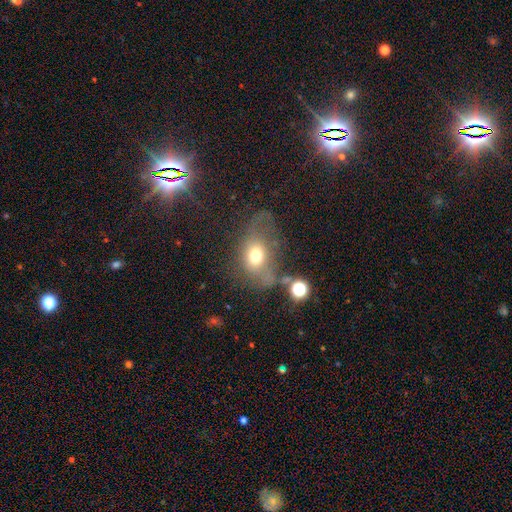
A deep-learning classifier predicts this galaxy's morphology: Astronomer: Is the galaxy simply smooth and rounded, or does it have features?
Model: smooth — 60%.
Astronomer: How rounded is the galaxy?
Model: in between — 63%.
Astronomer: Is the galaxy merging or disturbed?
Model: major disturbance — 39% (runner-up: none, 30%).